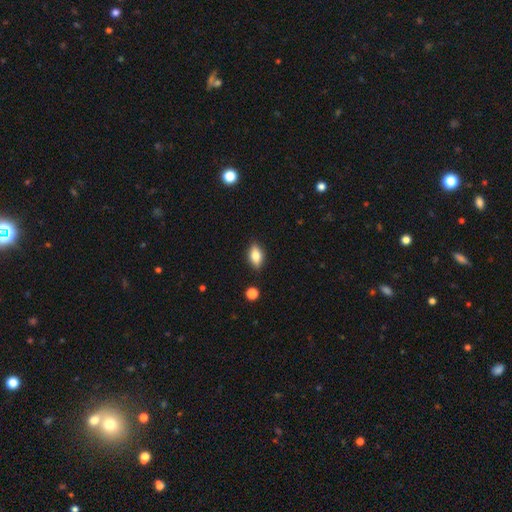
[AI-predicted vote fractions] smooth-or-featured: smooth: 72% | featured or disk: 20% | star or artifact: 8%
  how-rounded: in between: 84% | cigar-shaped: 9% | round: 7%
  merging: none: 86% | minor disturbance: 10% | major disturbance: 2% | merger: 2%